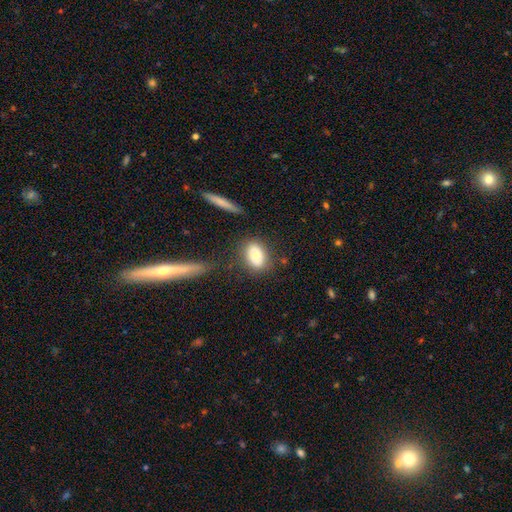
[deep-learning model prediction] A smooth galaxy with no disk features (70%) that is in between round and cigar-shaped (74%). Merging: none (69%).